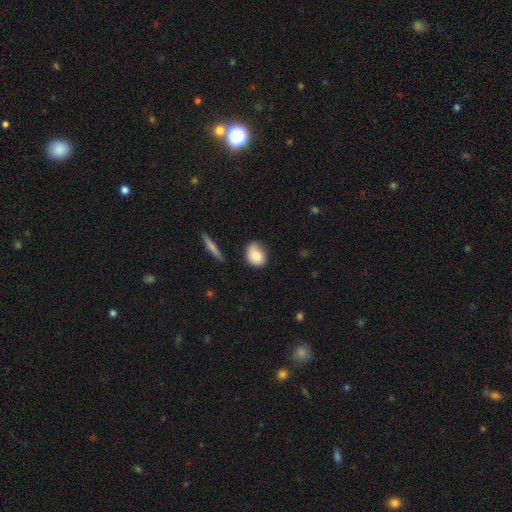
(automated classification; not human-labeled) Smooth or featured: smooth — 81% (featured or disk — 12%)
How rounded: in between — 56% (round — 42%)
Merging: none — 61% (minor disturbance — 29%)